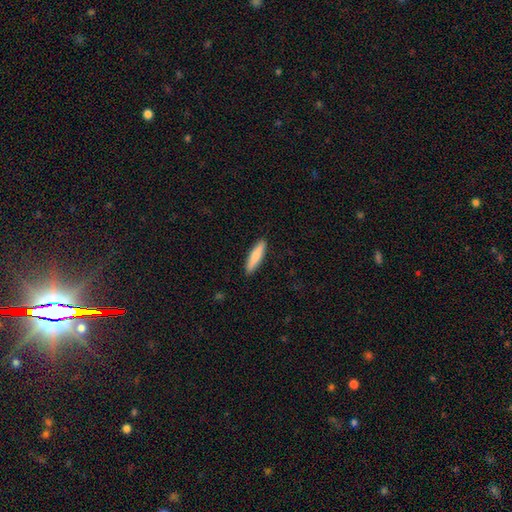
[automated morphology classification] Smooth or featured? smooth (77%)
How rounded? cigar-shaped (81%)
Merging? none (90%)